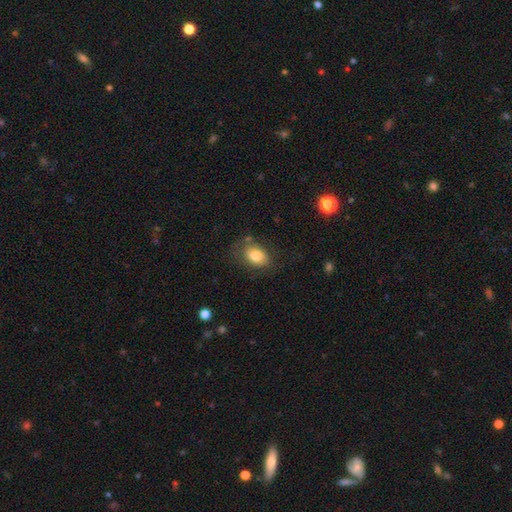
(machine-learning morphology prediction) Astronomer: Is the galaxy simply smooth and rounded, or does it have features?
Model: smooth — 78%.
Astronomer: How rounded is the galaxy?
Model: in between — 81%.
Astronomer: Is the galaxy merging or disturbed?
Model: none — 66%.